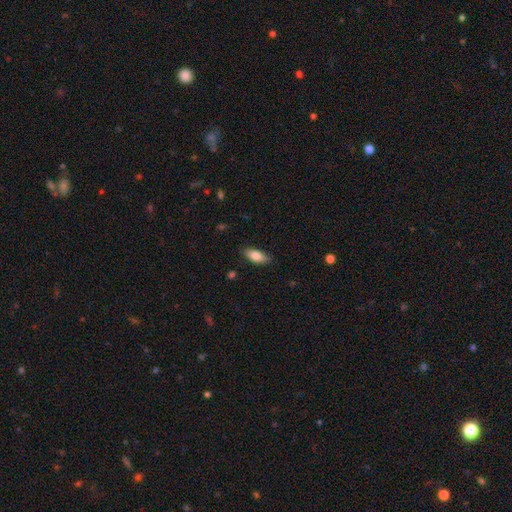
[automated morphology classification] type=smooth (81%); roundness=in between (84%); merging=none (84%).